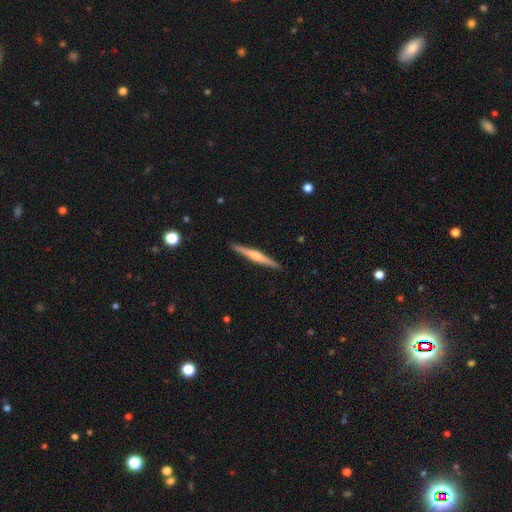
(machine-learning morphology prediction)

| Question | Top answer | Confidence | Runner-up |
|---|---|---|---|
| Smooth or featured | featured or disk | 58% | smooth (37%) |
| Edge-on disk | yes | 98% | no (2%) |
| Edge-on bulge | rounded | 60% | none (25%) |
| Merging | none | 92% | minor disturbance (6%) |